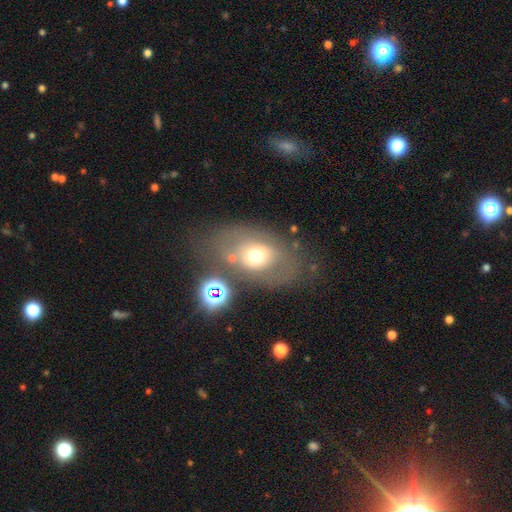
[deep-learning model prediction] A smooth galaxy with no disk features (54%) that is in between round and cigar-shaped (71%). Merging: none (59%).